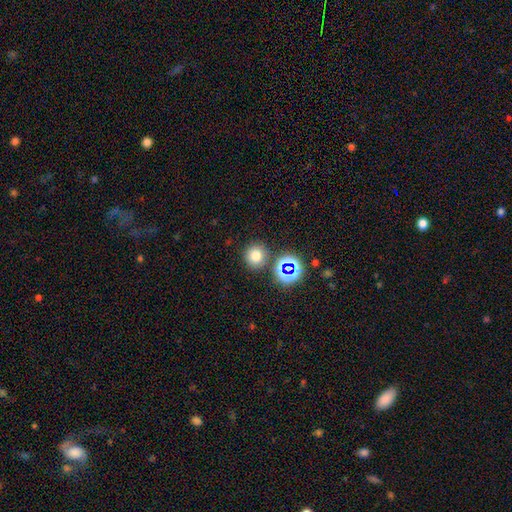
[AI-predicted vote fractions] The model was most divided on "smooth or featured": smooth: 70%, star or artifact: 21%, featured or disk: 9%. More confident: how rounded — round (91%); merging — none (81%).